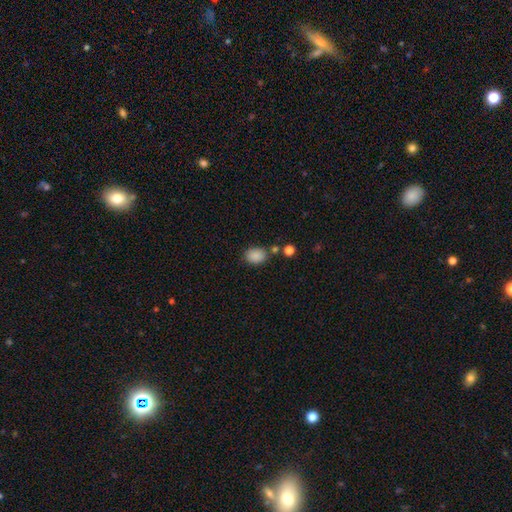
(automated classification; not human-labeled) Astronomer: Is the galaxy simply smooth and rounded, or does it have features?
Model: smooth — 87%.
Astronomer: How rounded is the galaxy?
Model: in between — 69%.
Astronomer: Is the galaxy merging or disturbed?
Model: none — 76%.